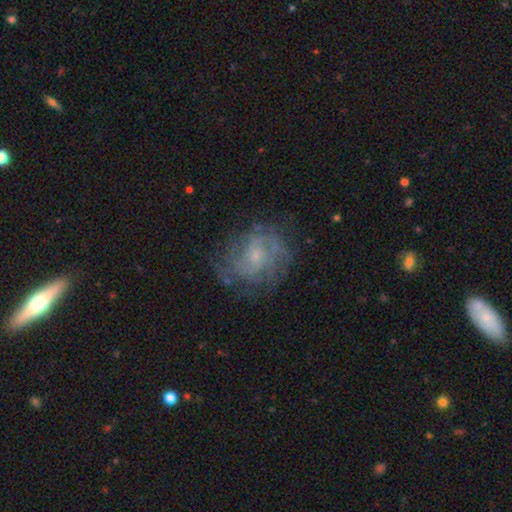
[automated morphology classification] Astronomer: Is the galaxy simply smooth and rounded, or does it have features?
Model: featured or disk — 78%.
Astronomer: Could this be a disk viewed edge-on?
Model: no — 98%.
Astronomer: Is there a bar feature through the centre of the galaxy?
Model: no — 68%.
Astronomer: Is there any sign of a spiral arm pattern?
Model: yes — 90%.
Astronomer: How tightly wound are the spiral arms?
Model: tight — 50% (runner-up: medium, 39%).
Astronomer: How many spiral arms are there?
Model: can't tell — 38% (runner-up: 2, 24%).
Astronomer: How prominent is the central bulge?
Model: small — 72%.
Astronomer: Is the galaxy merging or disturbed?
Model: none — 71%.